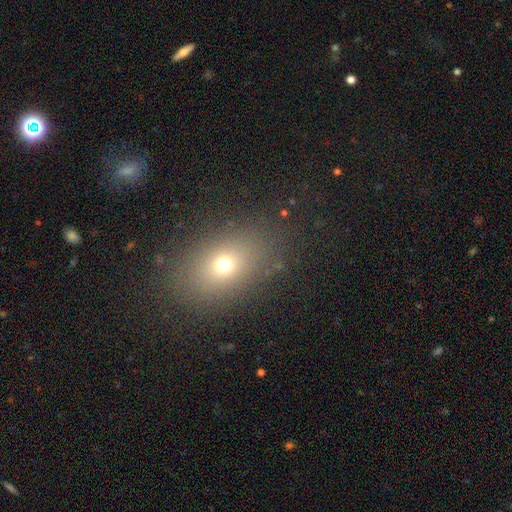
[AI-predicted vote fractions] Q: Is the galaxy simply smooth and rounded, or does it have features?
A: smooth — 65%.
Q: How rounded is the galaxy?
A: in between — 72%.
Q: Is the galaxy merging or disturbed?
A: none — 83%.